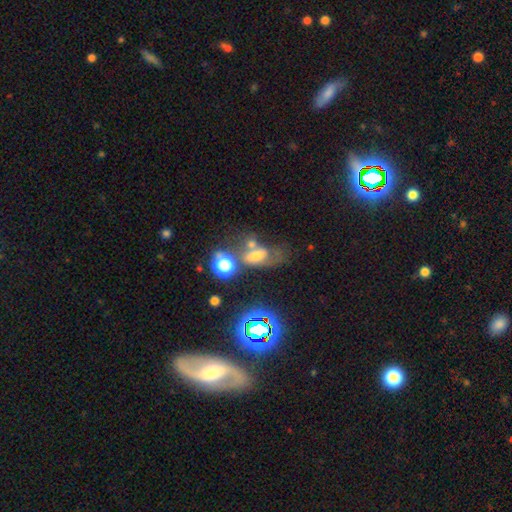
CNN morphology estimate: smooth_or_featured: smooth (p=0.48) [alt: featured or disk p=0.27]
merging: merger (p=0.35) [alt: none p=0.28]